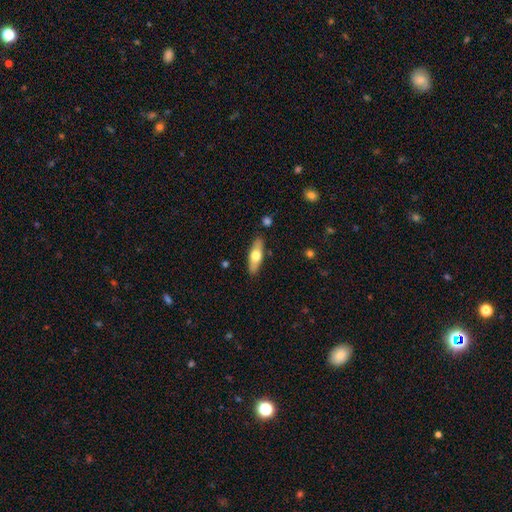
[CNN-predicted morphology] Smooth or featured?
  - smooth: 53% *
  - featured or disk: 41%
  - star or artifact: 6%
How rounded?
  - in between: 50% *
  - cigar-shaped: 47%
  - round: 3%
Merging?
  - none: 87% *
  - minor disturbance: 9%
  - major disturbance: 2%
  - merger: 2%